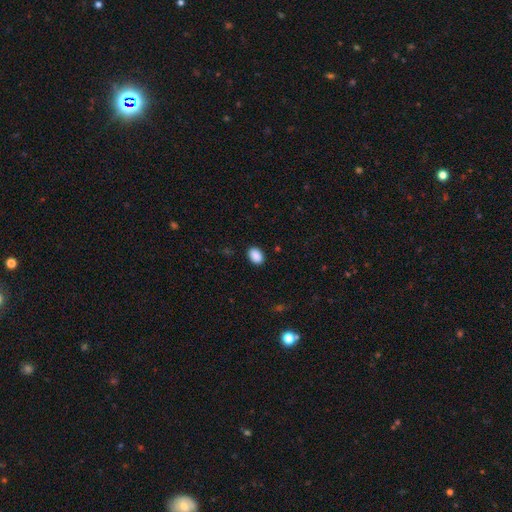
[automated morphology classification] A smooth galaxy with no disk features (90%) that is in between round and cigar-shaped (80%). Merging: none (89%).